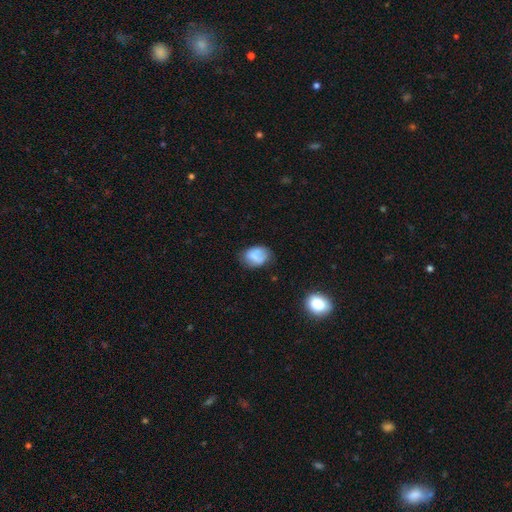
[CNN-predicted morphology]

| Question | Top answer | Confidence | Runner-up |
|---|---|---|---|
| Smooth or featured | smooth | 72% | featured or disk (19%) |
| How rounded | in between | 73% | round (26%) |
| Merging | none | 61% | minor disturbance (27%) |